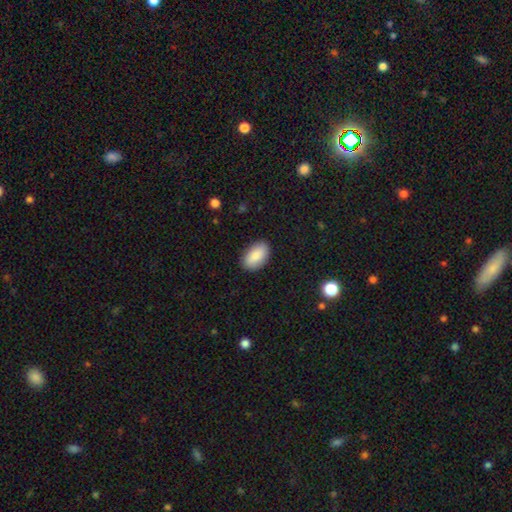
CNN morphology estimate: This is clearly a smooth galaxy (87%). How rounded: clearly in between (93%). Merging: clearly none (88%).